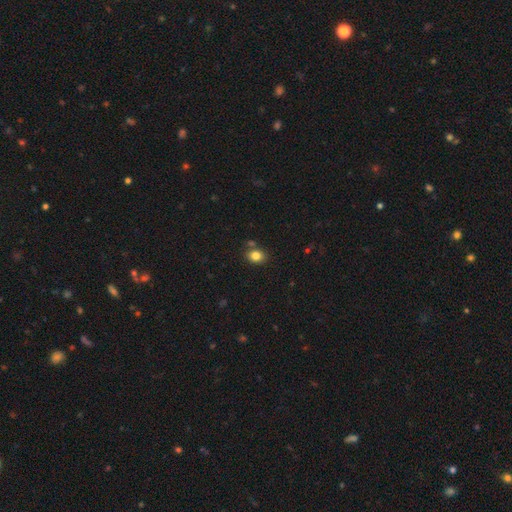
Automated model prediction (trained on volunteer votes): Q: Smooth or featured?
A: smooth (83%); runner-up: star or artifact (11%)
Q: How rounded?
A: in between (55%); runner-up: round (44%)
Q: Merging?
A: none (77%); runner-up: minor disturbance (11%)